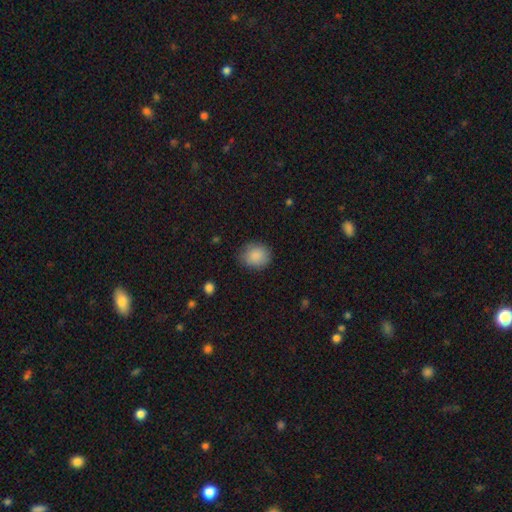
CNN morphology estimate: smooth-or-featured: smooth: 88% | star or artifact: 8% | featured or disk: 4%
  how-rounded: round: 69% | in between: 30% | cigar-shaped: 1%
  merging: none: 79% | minor disturbance: 16% | major disturbance: 4% | merger: 1%